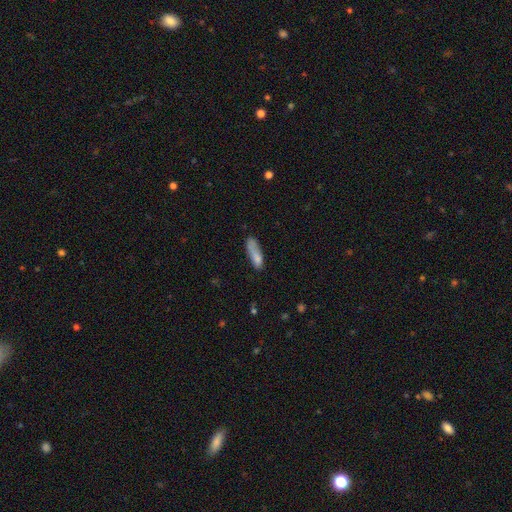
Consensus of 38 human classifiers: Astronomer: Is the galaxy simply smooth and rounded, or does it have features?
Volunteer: smooth — 74%.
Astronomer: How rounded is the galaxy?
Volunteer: cigar-shaped — 61%.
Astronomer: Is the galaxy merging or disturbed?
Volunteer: none — 53%.